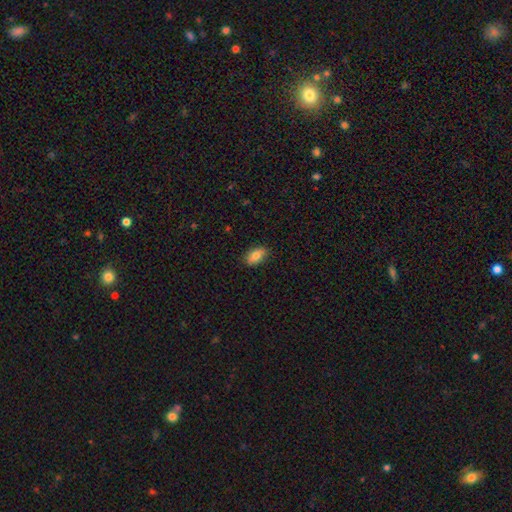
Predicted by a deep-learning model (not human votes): The model was most divided on "smooth or featured": smooth: 80%, featured or disk: 13%, star or artifact: 7%. More confident: how rounded — in between (89%); merging — none (85%).